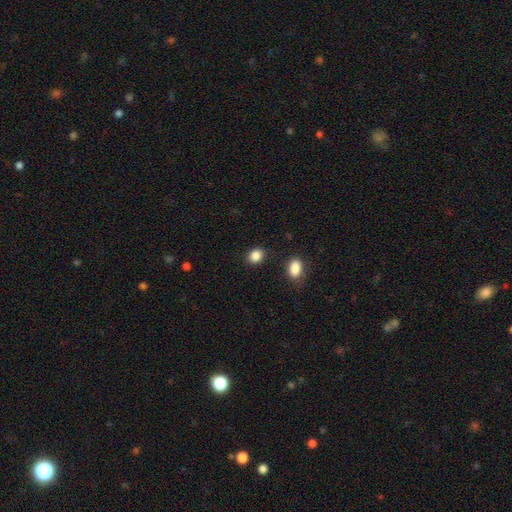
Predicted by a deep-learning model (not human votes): Morphology: type=smooth (87%); roundness=round (58%); merging=none (86%).